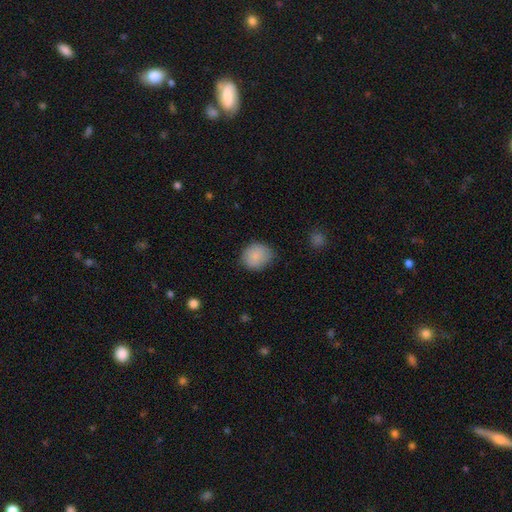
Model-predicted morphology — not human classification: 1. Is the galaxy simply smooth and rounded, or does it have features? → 87% smooth, 8% star or artifact, 6% featured or disk.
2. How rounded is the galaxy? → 70% round, 29% in between, 1% cigar-shaped.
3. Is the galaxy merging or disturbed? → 77% none, 18% minor disturbance, 4% major disturbance, 1% merger.